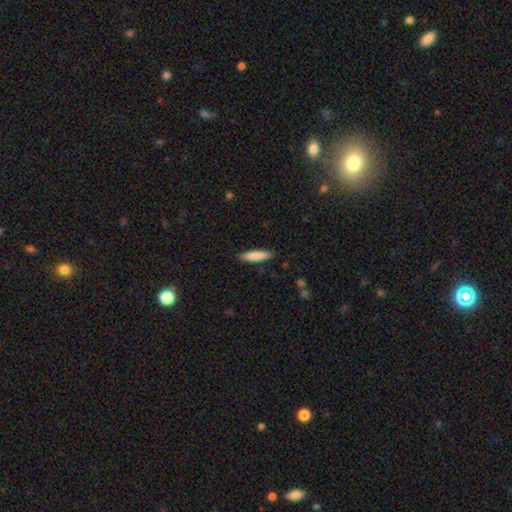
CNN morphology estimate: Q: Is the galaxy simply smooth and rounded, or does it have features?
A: smooth — 85%.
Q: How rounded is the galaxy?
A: cigar-shaped — 76%.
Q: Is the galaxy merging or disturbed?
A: none — 87%.